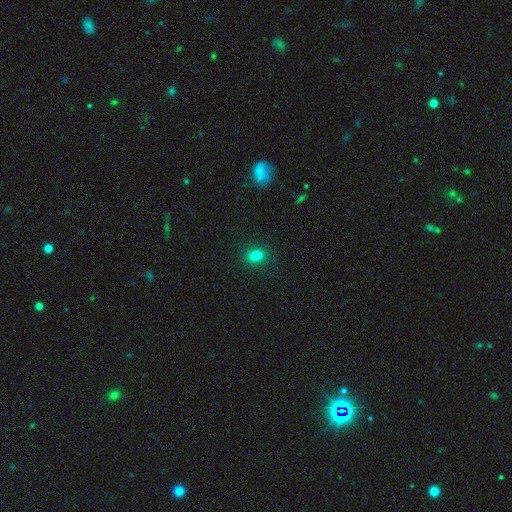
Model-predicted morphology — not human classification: Smooth or featured: smooth — 81% (star or artifact — 12%)
How rounded: in between — 65% (round — 33%)
Merging: none — 88% (minor disturbance — 9%)